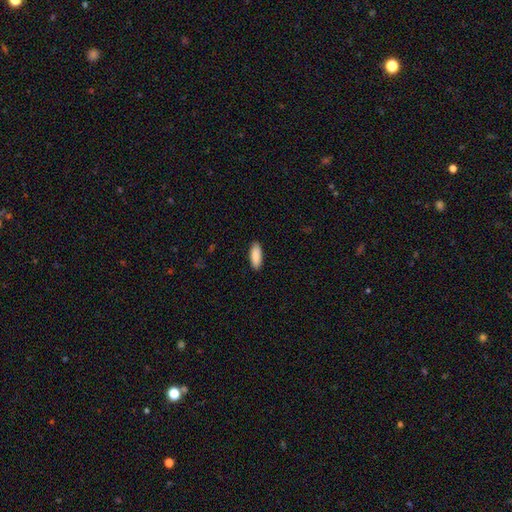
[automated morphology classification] Q: Smooth or featured?
A: smooth (90%); runner-up: star or artifact (5%)
Q: How rounded?
A: in between (72%); runner-up: cigar-shaped (27%)
Q: Merging?
A: none (90%); runner-up: minor disturbance (7%)